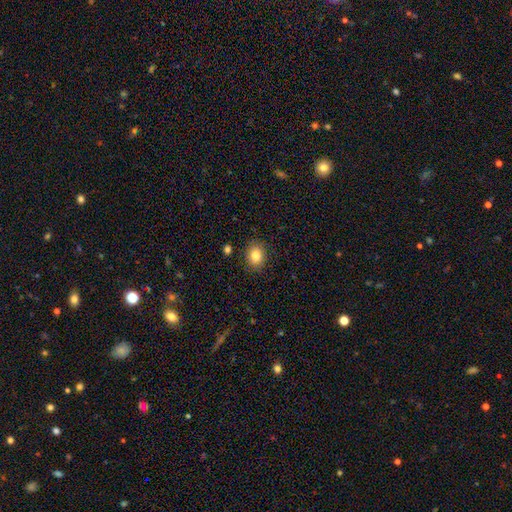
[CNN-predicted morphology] This is clearly a smooth galaxy (84%). How rounded: possibly round (54%). Merging: clearly none (87%).